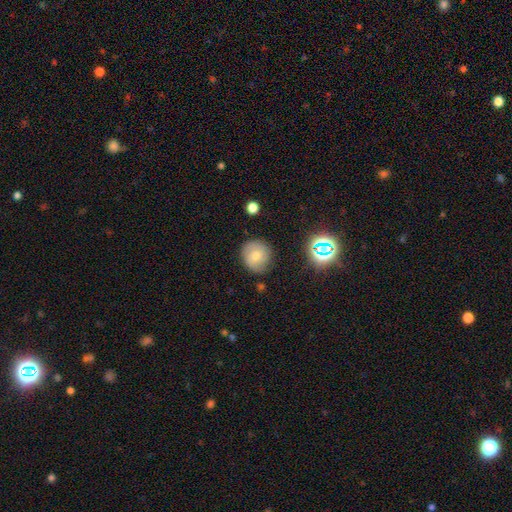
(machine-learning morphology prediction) smooth 61%, featured or disk 26%, star or artifact 13%. Down the decision tree: how rounded — round (88%); merging — none (77%).